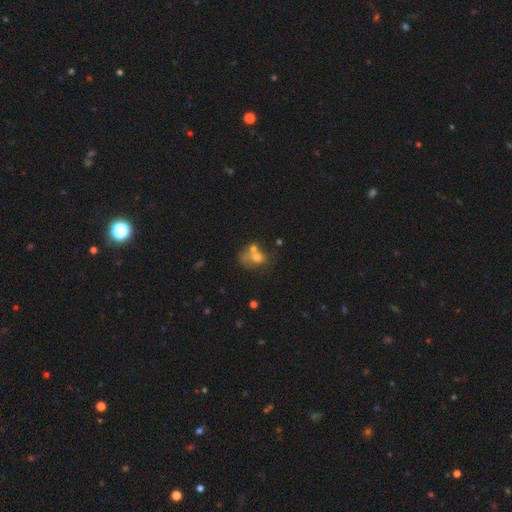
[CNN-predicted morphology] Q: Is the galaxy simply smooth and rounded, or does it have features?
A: smooth — 62%.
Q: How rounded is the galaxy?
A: round — 52%.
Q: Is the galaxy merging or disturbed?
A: merger — 53%.